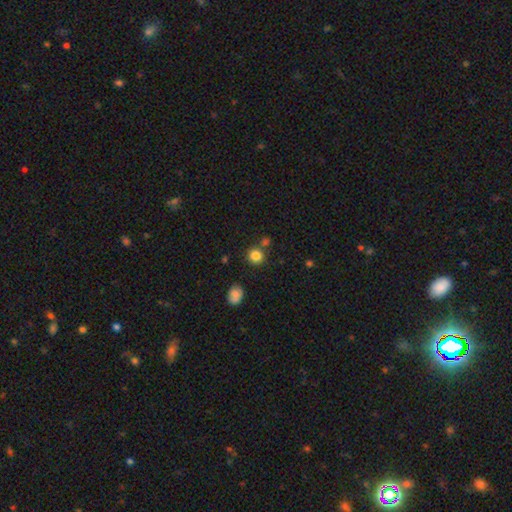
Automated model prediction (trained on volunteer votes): Smooth or featured? smooth (83%)
How rounded? round (89%)
Merging? none (75%)